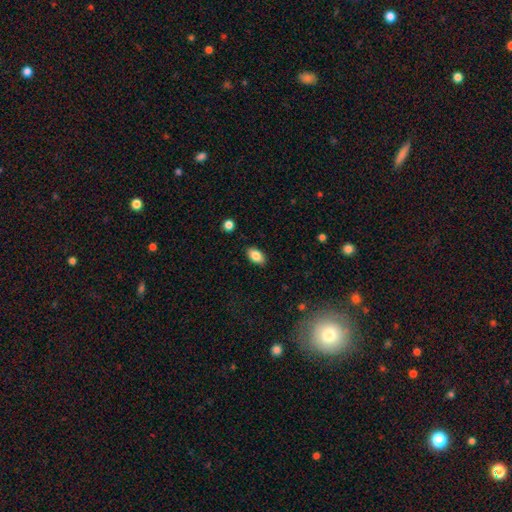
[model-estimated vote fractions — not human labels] smooth 85%, featured or disk 8%, star or artifact 8%. Down the decision tree: how rounded — in between (92%); merging — none (88%).